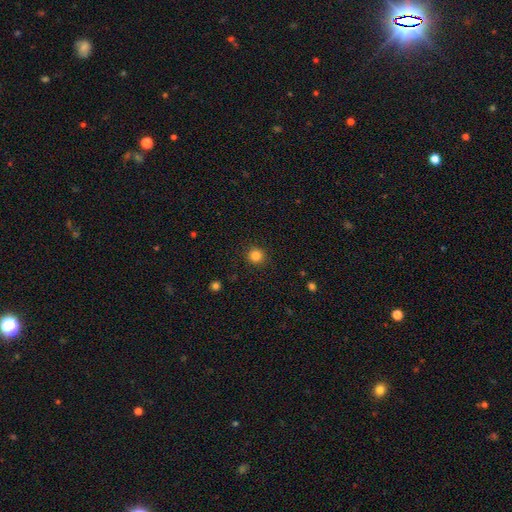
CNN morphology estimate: The model was most divided on "smooth or featured": smooth: 84%, star or artifact: 12%, featured or disk: 4%. More confident: how rounded — round (94%); merging — none (92%).